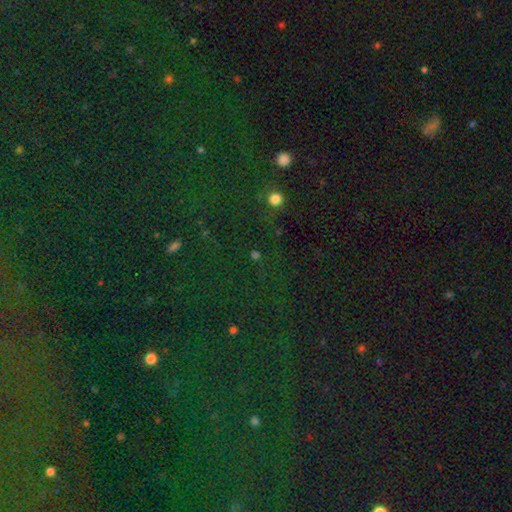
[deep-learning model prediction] Q: Smooth or featured?
A: star or artifact (62%); runner-up: smooth (31%)